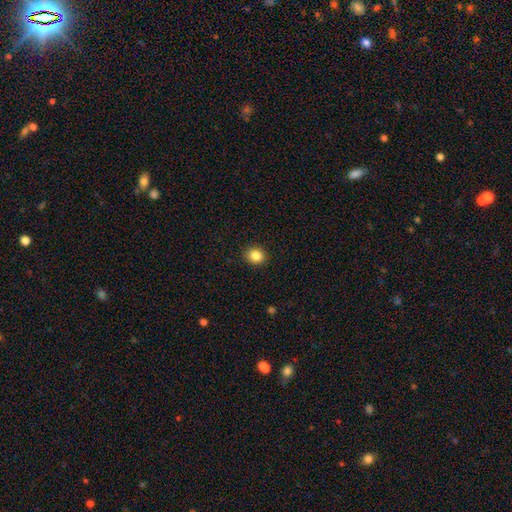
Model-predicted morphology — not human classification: Smooth or featured? smooth (85%)
How rounded? round (73%)
Merging? none (91%)